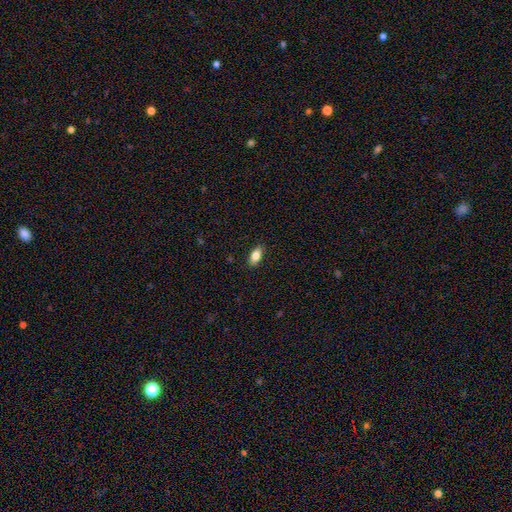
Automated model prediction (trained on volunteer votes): Smooth or featured?
  - smooth: 83% *
  - featured or disk: 10%
  - star or artifact: 8%
How rounded?
  - in between: 89% *
  - cigar-shaped: 7%
  - round: 4%
Merging?
  - none: 88% *
  - minor disturbance: 9%
  - major disturbance: 2%
  - merger: 1%